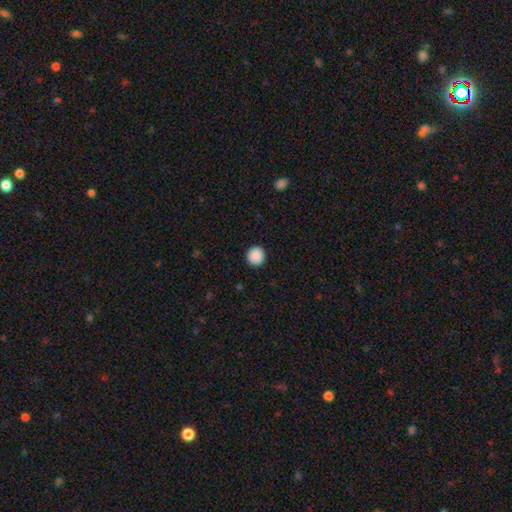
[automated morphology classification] Overall: smooth (90%). How rounded: round (94%). Merging: none (92%).